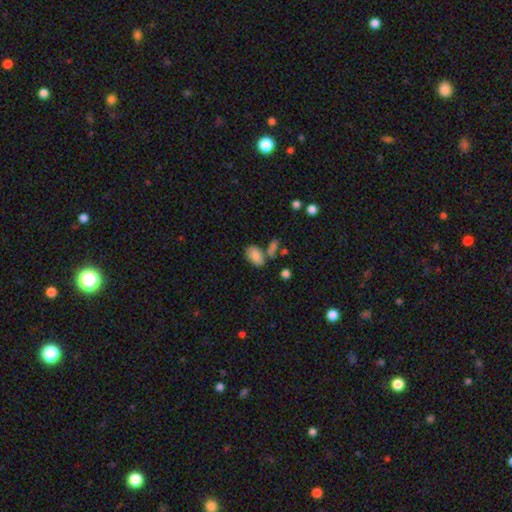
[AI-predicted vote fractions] The model was most divided on "merging": none: 59%, merger: 18%, minor disturbance: 17%, major disturbance: 6%. More confident: how rounded — in between (91%); smooth or featured — smooth (84%).